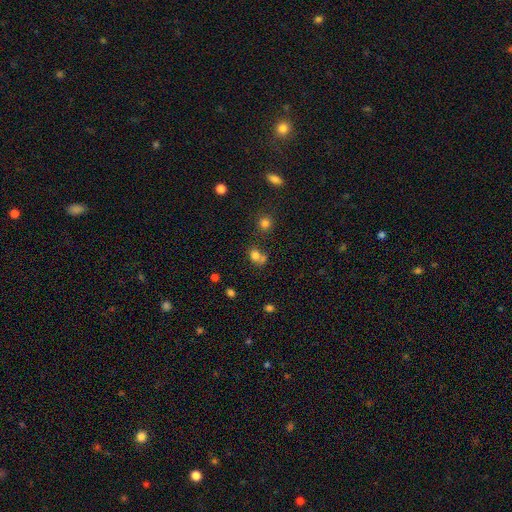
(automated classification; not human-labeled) Q: Smooth or featured?
A: smooth (76%); runner-up: star or artifact (15%)
Q: How rounded?
A: round (61%); runner-up: in between (38%)
Q: Merging?
A: none (44%); runner-up: merger (37%)